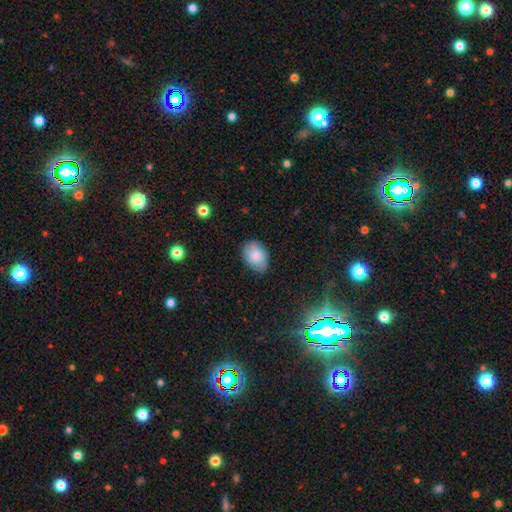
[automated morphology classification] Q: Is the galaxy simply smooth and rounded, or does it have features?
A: smooth — 79%.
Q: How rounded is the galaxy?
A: in between — 78%.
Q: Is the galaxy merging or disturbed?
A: none — 72%.